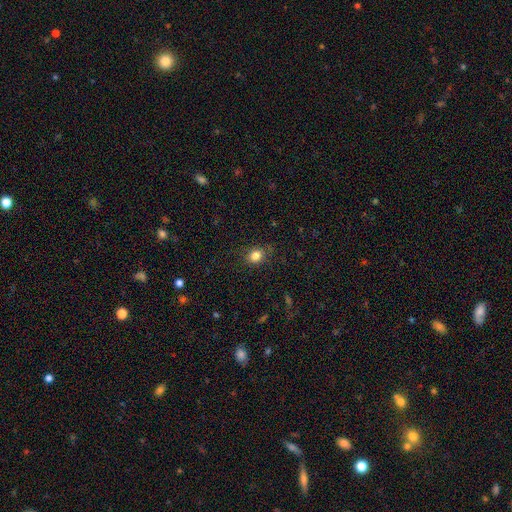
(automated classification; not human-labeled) Smooth or featured? smooth (82%)
How rounded? round (52%)
Merging? none (82%)